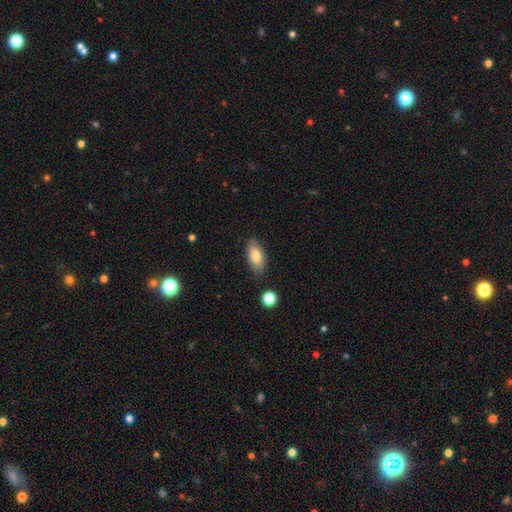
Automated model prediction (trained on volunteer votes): This is clearly a smooth galaxy (81%). How rounded: clearly in between (89%). Merging: clearly none (81%).